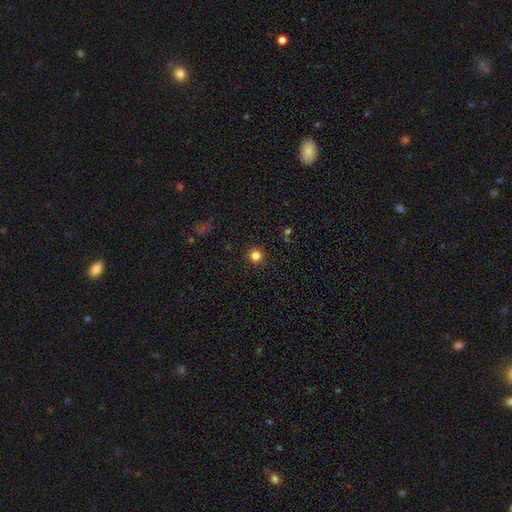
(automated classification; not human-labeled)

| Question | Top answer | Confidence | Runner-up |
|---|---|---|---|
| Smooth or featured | smooth | 82% | star or artifact (13%) |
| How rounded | round | 95% | in between (4%) |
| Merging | none | 92% | minor disturbance (5%) |